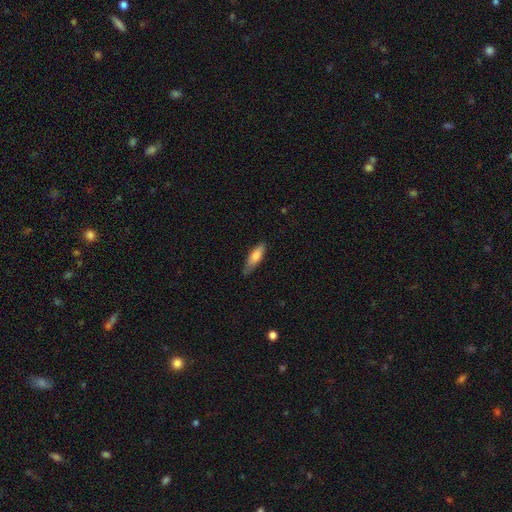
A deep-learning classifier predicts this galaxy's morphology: Smooth or featured? Predicted: smooth (p=0.77). How rounded? Predicted: cigar-shaped (p=0.52). Merging? Predicted: none (p=0.71).